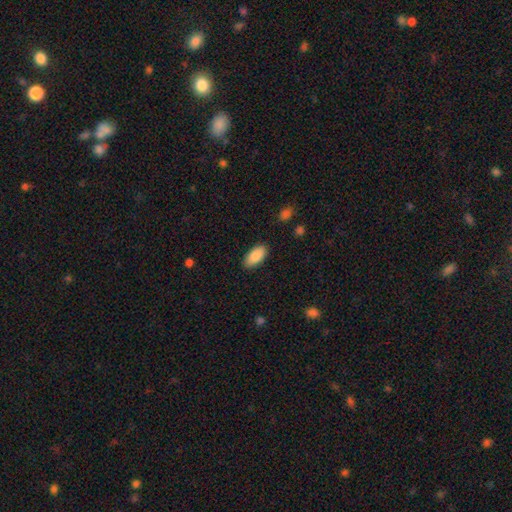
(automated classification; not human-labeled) A smooth galaxy with no disk features (88%) that is in between round and cigar-shaped (93%).

Vote fractions:
- Smooth or featured? smooth: 88% / star or artifact: 6% / featured or disk: 6%
- How rounded? in between: 93% / cigar-shaped: 5% / round: 2%
- Merging? none: 88% / minor disturbance: 9% / major disturbance: 2% / merger: 1%